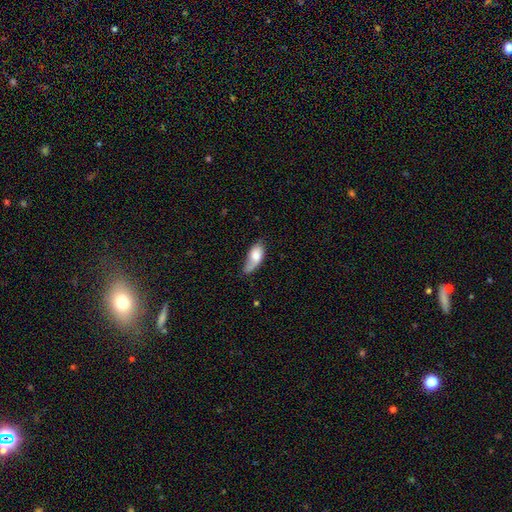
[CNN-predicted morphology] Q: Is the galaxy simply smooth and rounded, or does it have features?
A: smooth — 67%.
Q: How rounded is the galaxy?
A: in between — 86%.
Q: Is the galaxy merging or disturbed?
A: none — 41%.